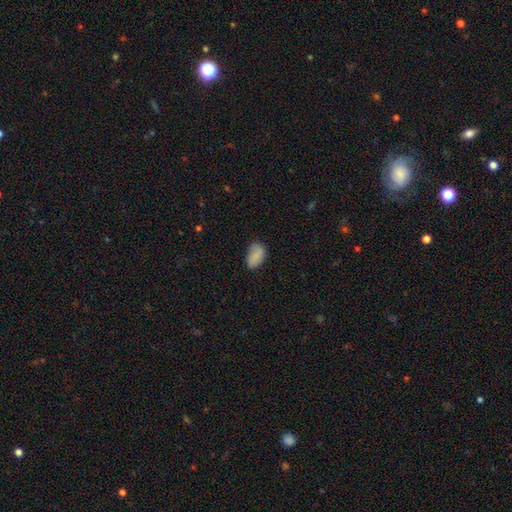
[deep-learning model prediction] This appears to be a smooth galaxy with no disk features (81%) that is in between round and cigar-shaped (92%). Merging: none (65%).